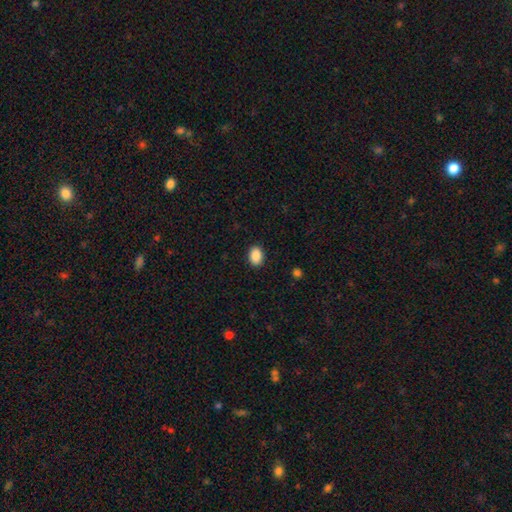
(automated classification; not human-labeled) Smooth or featured? smooth (90%)
How rounded? in between (79%)
Merging? none (90%)